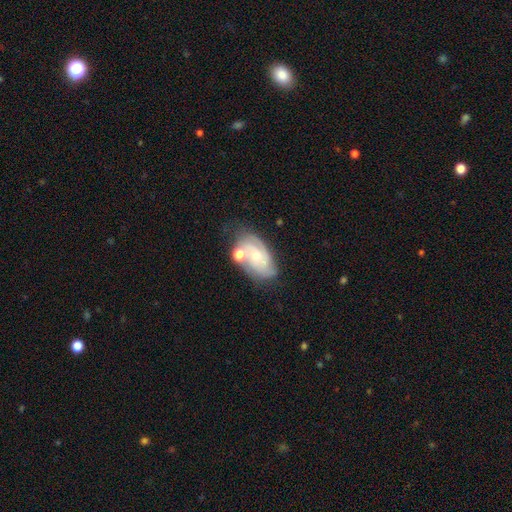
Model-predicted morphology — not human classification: This appears to be a featured or disk galaxy (67%) with no bar (70%), 2 (36%) tight (50%) spiral arms (86%) and a small central bulge (57%). Merging: none (53%).